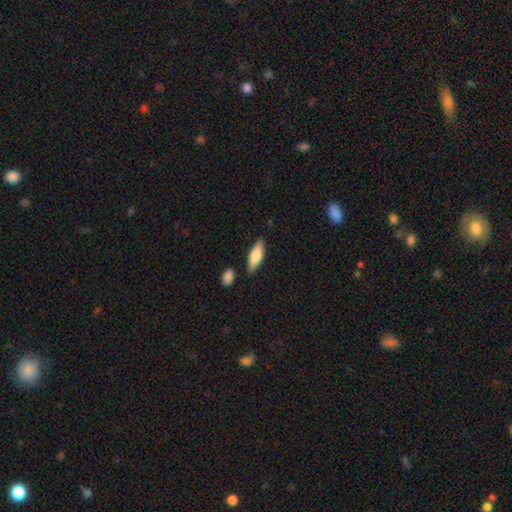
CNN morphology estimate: Q: Smooth or featured?
A: smooth (65%); runner-up: featured or disk (29%)
Q: How rounded?
A: in between (61%); runner-up: cigar-shaped (37%)
Q: Merging?
A: none (82%); runner-up: minor disturbance (12%)